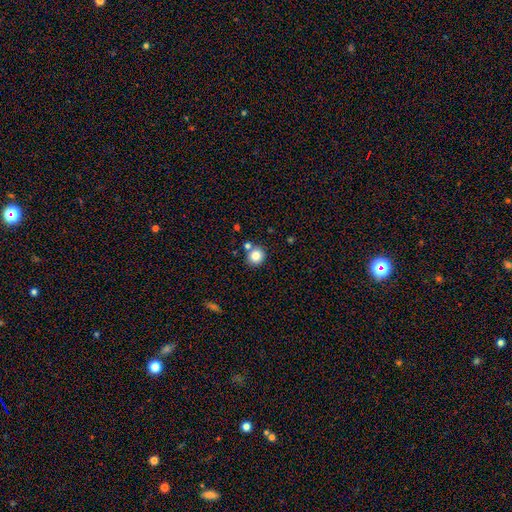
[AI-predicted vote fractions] smooth-or-featured: smooth: 84% | star or artifact: 10% | featured or disk: 6%
  how-rounded: round: 87% | in between: 12% | cigar-shaped: 1%
  merging: none: 75% | merger: 14% | minor disturbance: 9% | major disturbance: 3%